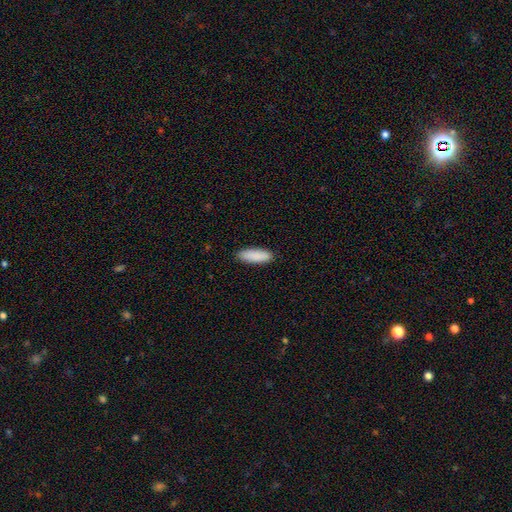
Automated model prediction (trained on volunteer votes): This is clearly a smooth galaxy (89%). How rounded: possibly in between (50%). Merging: clearly none (88%).